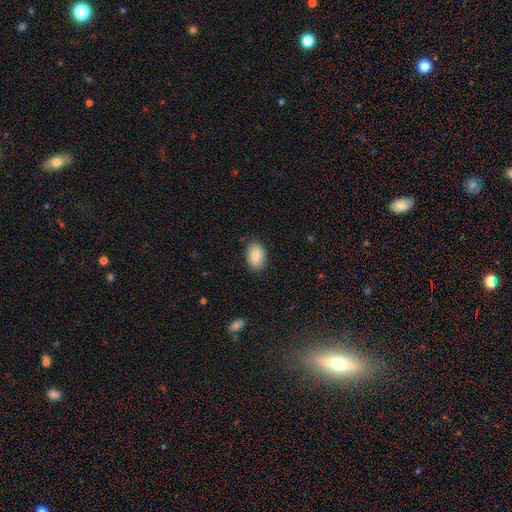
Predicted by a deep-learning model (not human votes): Q: Smooth or featured?
A: smooth (85%); runner-up: featured or disk (8%)
Q: How rounded?
A: in between (86%); runner-up: round (13%)
Q: Merging?
A: none (86%); runner-up: minor disturbance (11%)